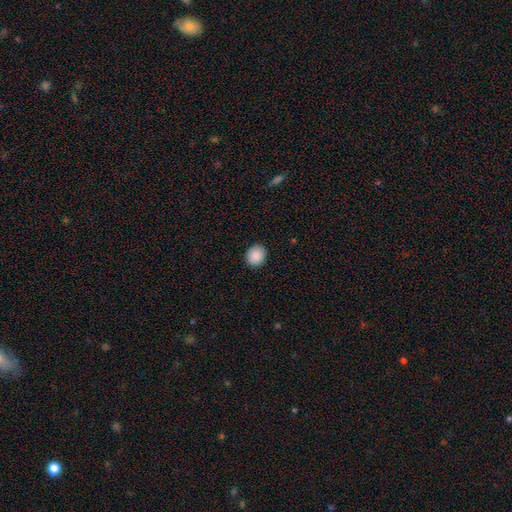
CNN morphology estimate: Smooth or featured? Predicted: smooth (p=0.89). How rounded? Predicted: round (p=0.77). Merging? Predicted: none (p=0.90).